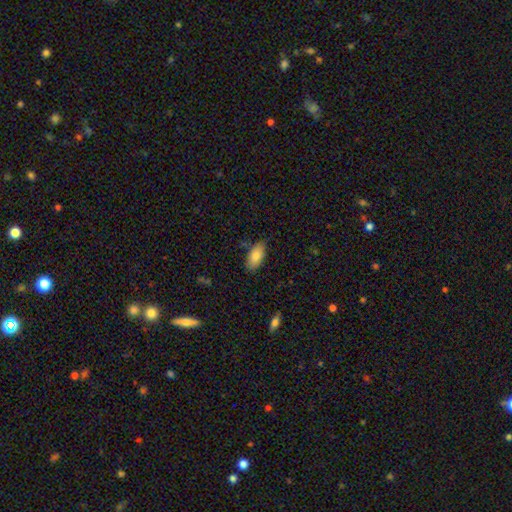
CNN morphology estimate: smooth-or-featured: smooth: 82% | featured or disk: 12% | star or artifact: 7%
  how-rounded: in between: 91% | cigar-shaped: 6% | round: 2%
  merging: none: 80% | minor disturbance: 15% | major disturbance: 3% | merger: 2%